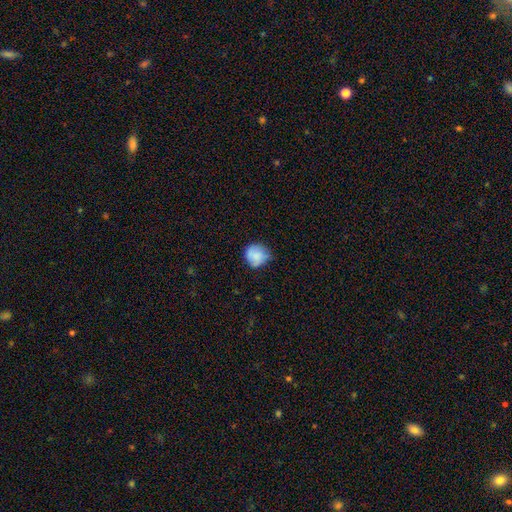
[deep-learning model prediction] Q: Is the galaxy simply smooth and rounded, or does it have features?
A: smooth — 81%.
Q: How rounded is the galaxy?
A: round — 87%.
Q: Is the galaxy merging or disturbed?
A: none — 63%.